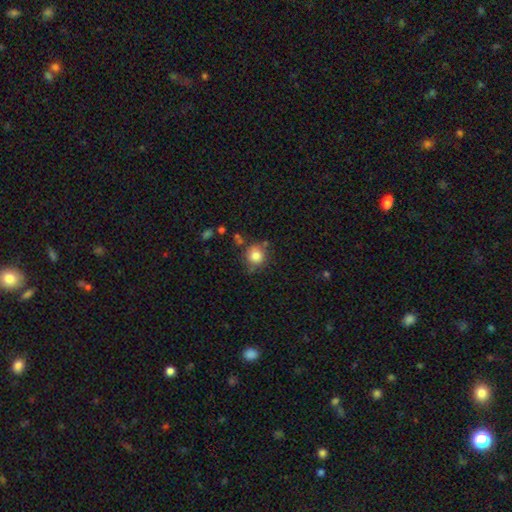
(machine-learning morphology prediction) Smooth or featured? Predicted: smooth (p=0.82). How rounded? Predicted: round (p=0.86). Merging? Predicted: none (p=0.70).